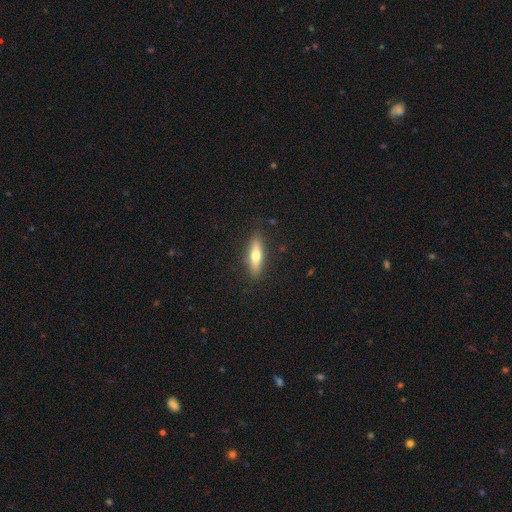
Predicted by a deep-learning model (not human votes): smooth 61%, featured or disk 33%, star or artifact 6%. Down the decision tree: how rounded — cigar-shaped (66%); merging — none (88%).